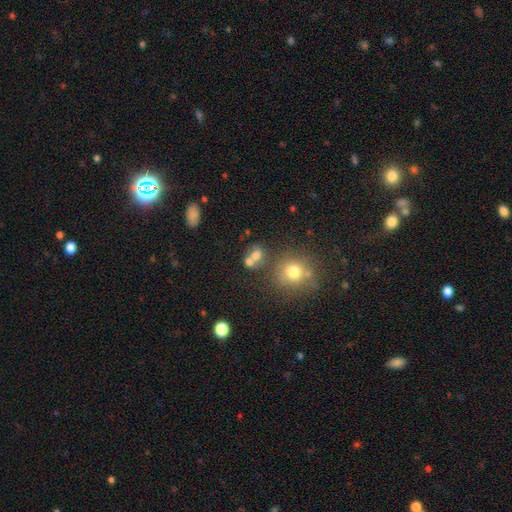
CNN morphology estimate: Smooth or featured? Predicted: smooth (p=0.67). How rounded? Predicted: round (p=0.58). Merging? Predicted: merger (p=0.46).